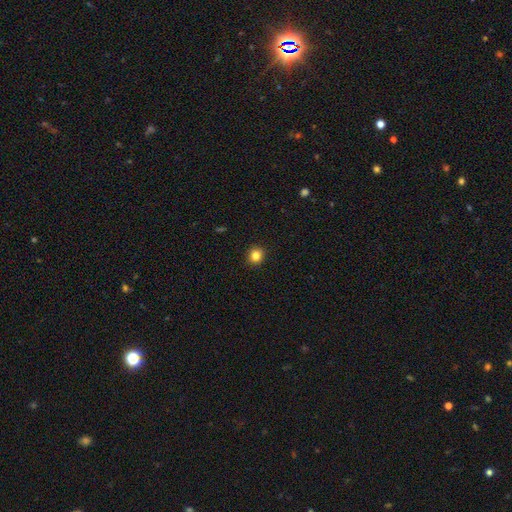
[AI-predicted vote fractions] Overall: smooth (84%). How rounded: round (86%). Merging: none (92%).